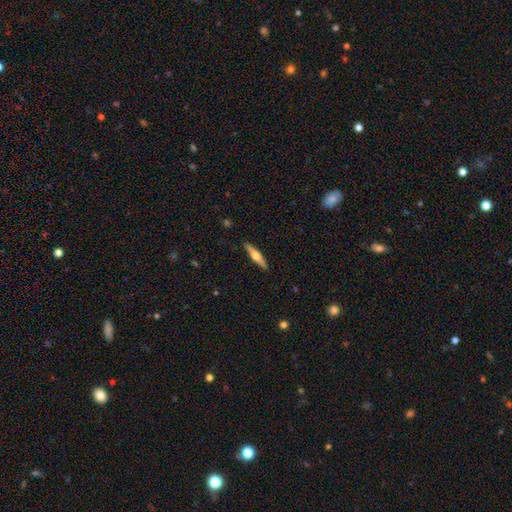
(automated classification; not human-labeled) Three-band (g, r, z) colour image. It shows a featured or disk galaxy (59%) viewed edge-on (96%) with a rounded central bulge (93%). Merging: none (90%).